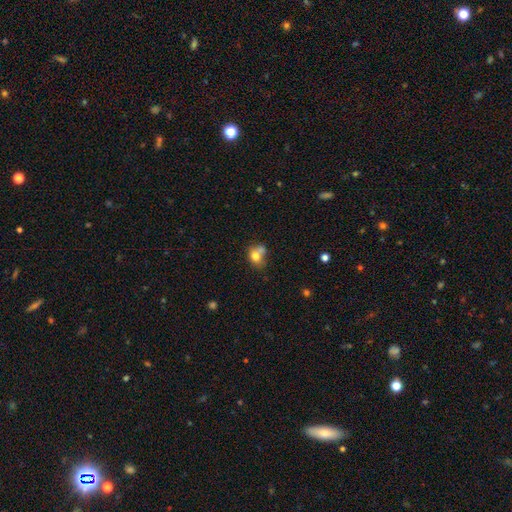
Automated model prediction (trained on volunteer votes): Overall: smooth (74%). How rounded: round (53%; in between 46%). Merging: merger (42%; none 34%).